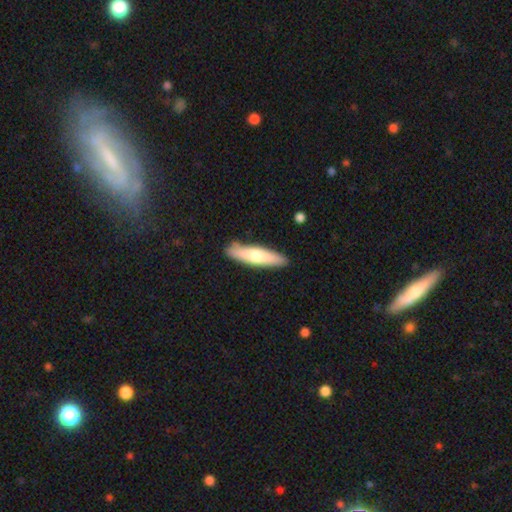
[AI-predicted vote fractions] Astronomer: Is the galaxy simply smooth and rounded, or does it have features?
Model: smooth — 64%.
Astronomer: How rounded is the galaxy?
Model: cigar-shaped — 80%.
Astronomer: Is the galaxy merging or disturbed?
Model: none — 88%.